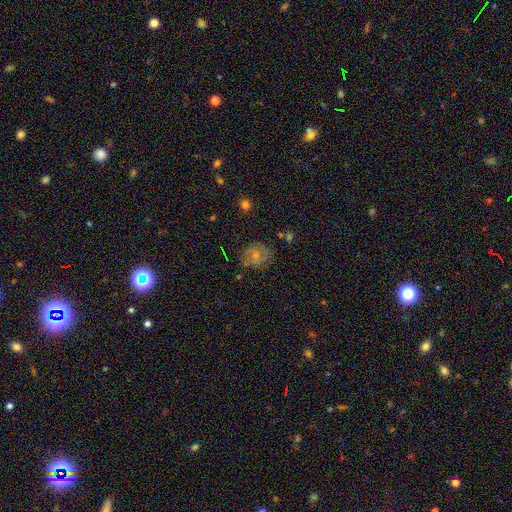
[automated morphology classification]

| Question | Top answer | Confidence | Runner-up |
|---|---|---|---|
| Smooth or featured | smooth | 49% | featured or disk (38%) |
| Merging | none | 67% | minor disturbance (21%) |